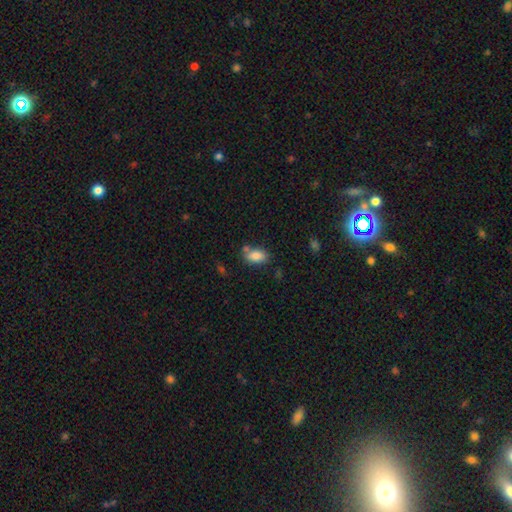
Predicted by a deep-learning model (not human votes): smooth_or_featured: smooth (p=0.84) [alt: featured or disk p=0.08]
how_rounded: in between (p=0.91) [alt: round p=0.07]
merging: none (p=0.63) [alt: merger p=0.17]